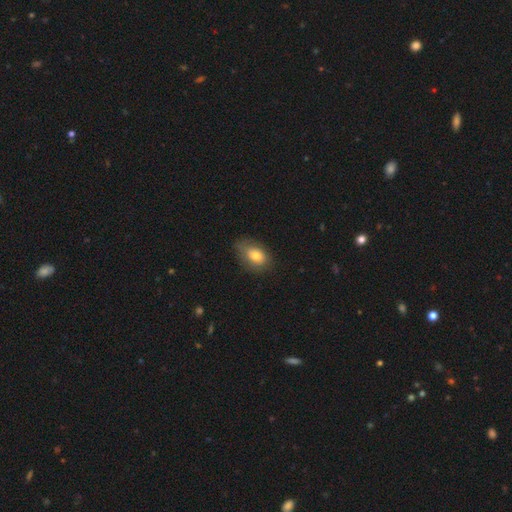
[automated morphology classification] The model was most divided on "merging": none: 62%, minor disturbance: 28%, major disturbance: 9%, merger: 1%. More confident: how rounded — in between (82%); smooth or featured — smooth (76%).